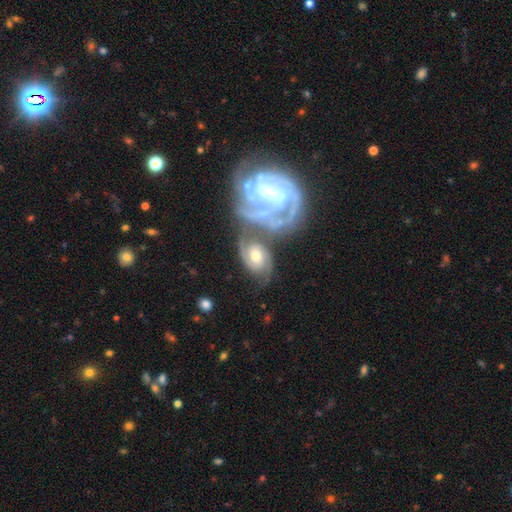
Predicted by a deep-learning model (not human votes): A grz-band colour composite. It shows a featured or disk galaxy (77%) with no bar (50%), 2 (38%) tight (53%) spiral arms (93%) and a moderate central bulge (59%). Merging: merger (43%).